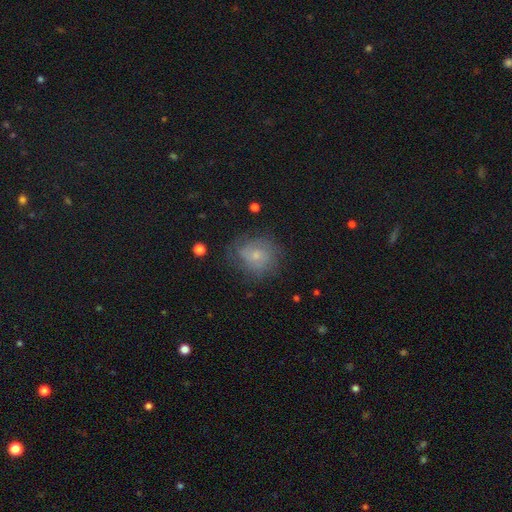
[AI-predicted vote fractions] This appears to be a smooth galaxy with no disk features (47%). Merging: none (66%).